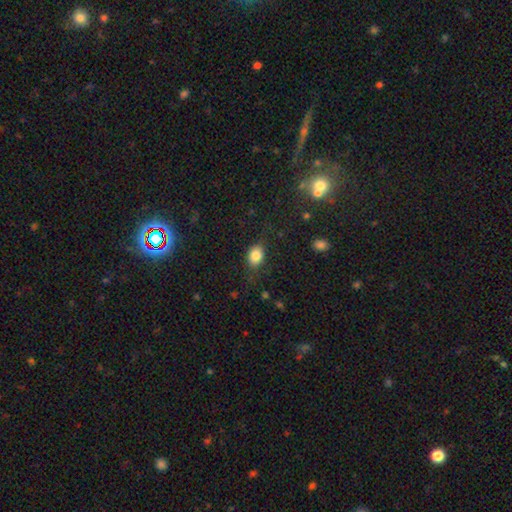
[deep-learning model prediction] smooth_or_featured: smooth (p=0.84) [alt: star or artifact p=0.09]
how_rounded: in between (p=0.71) [alt: round p=0.28]
merging: none (p=0.79) [alt: minor disturbance p=0.15]